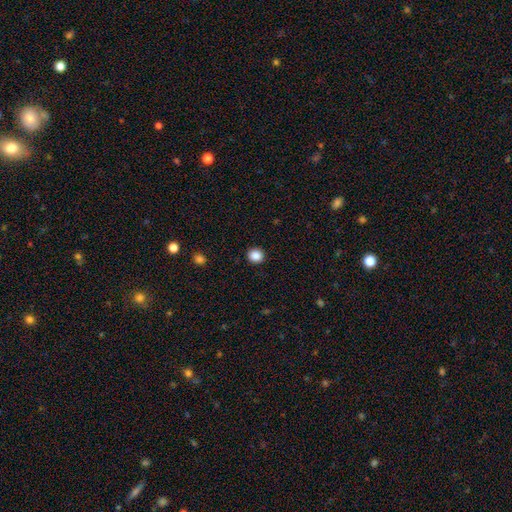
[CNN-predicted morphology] Smooth or featured? smooth (86%)
How rounded? round (89%)
Merging? none (93%)